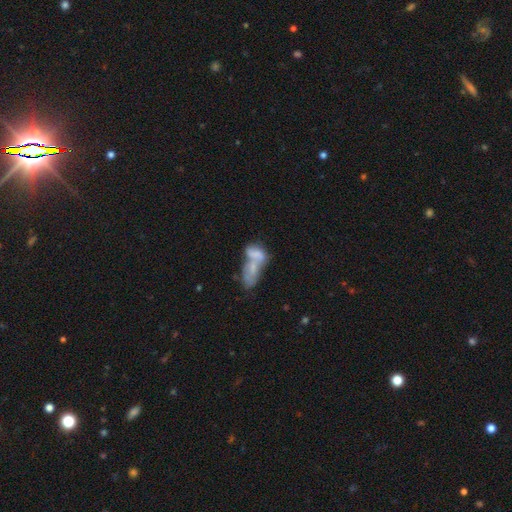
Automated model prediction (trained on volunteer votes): smooth_or_featured: smooth (p=0.59) [alt: featured or disk p=0.32]
how_rounded: in between (p=0.85) [alt: cigar-shaped p=0.09]
merging: merger (p=0.73) [alt: none p=0.12]